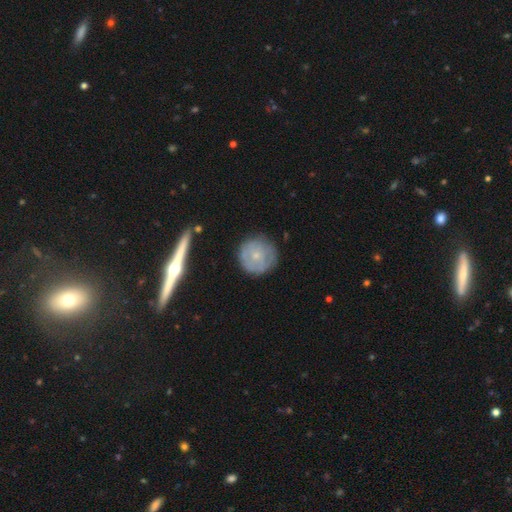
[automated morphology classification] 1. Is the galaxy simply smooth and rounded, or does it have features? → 54% smooth, 39% featured or disk, 7% star or artifact.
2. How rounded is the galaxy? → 91% round, 7% in between, 1% cigar-shaped.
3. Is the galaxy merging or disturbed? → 76% none, 17% minor disturbance, 5% major disturbance, 2% merger.